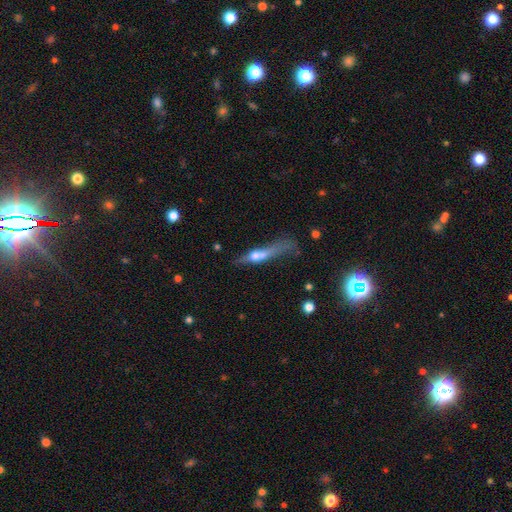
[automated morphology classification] smooth 46%, featured or disk 45%, star or artifact 9%. Down the decision tree: merging — major disturbance (30%).